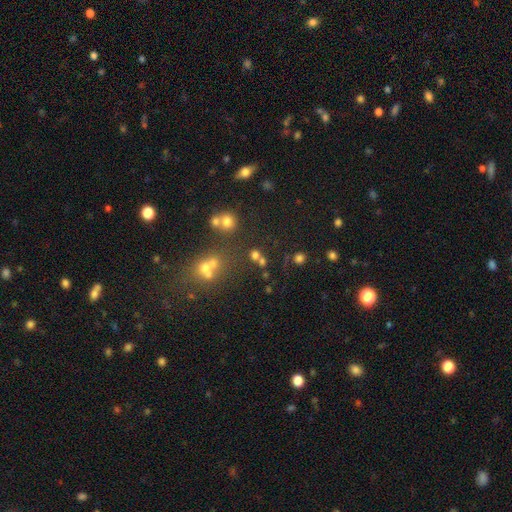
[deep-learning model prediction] Q: Smooth or featured?
A: smooth (64%); runner-up: star or artifact (23%)
Q: How rounded?
A: round (75%); runner-up: in between (22%)
Q: Merging?
A: none (56%); runner-up: merger (27%)